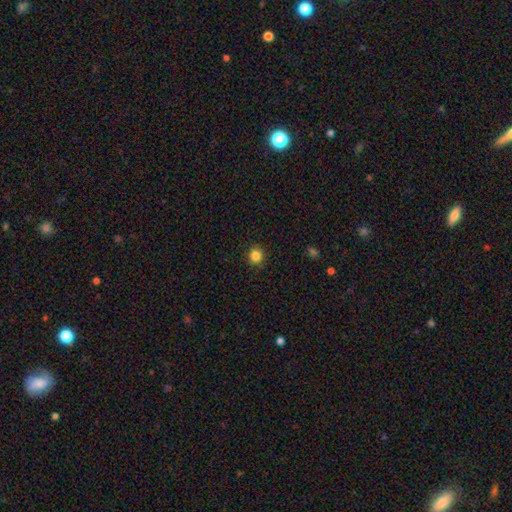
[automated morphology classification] Smooth or featured: smooth — 85% (star or artifact — 11%)
How rounded: round — 91% (in between — 8%)
Merging: none — 92% (minor disturbance — 6%)